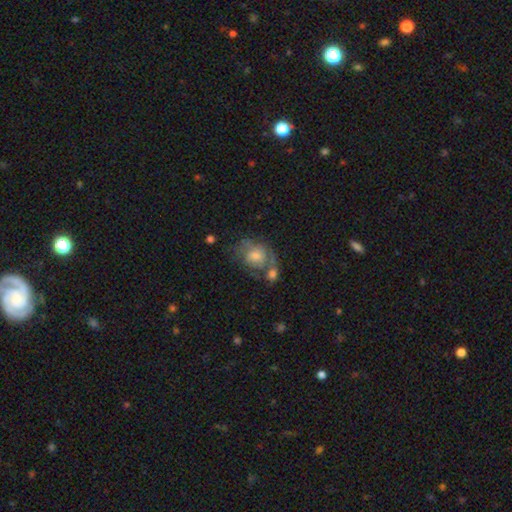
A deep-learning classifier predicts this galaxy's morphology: This appears to be a featured or disk galaxy (49%). Merging: none (40%).